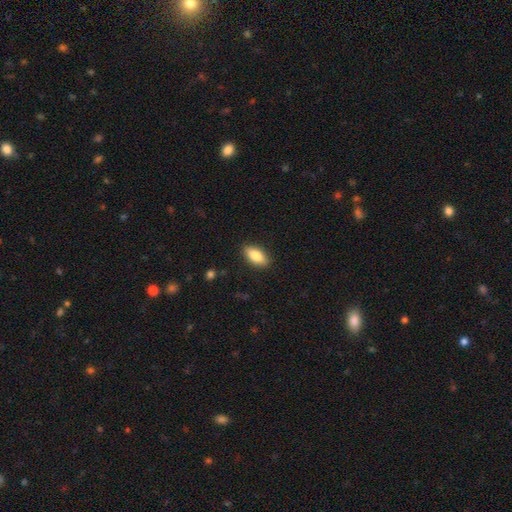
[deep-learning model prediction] Smooth or featured: smooth — 82% (featured or disk — 12%)
How rounded: in between — 86% (cigar-shaped — 11%)
Merging: none — 89% (minor disturbance — 8%)